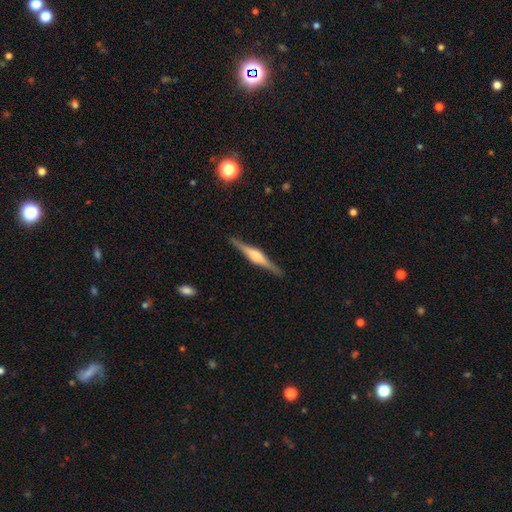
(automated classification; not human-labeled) Smooth or featured?
  - featured or disk: 81% *
  - smooth: 14%
  - star or artifact: 5%
Edge-on disk?
  - yes: 98% *
  - no: 2%
Edge-on bulge?
  - rounded: 77% *
  - boxy: 20%
  - none: 4%
Merging?
  - none: 90% *
  - minor disturbance: 7%
  - major disturbance: 2%
  - merger: 1%